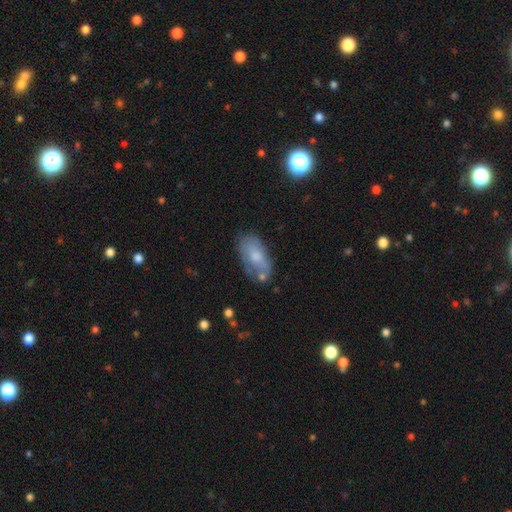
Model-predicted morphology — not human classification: Smooth or featured? Predicted: smooth (p=0.59). How rounded? Predicted: in between (p=0.92). Merging? Predicted: none (p=0.54).